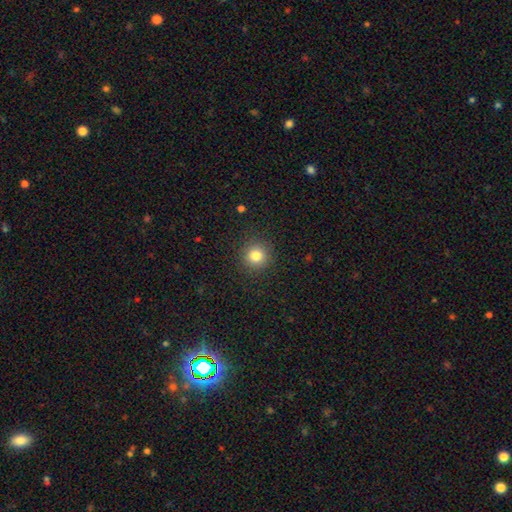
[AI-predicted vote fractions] A smooth galaxy with no disk features (81%) that is round (94%). Merging: none (91%).